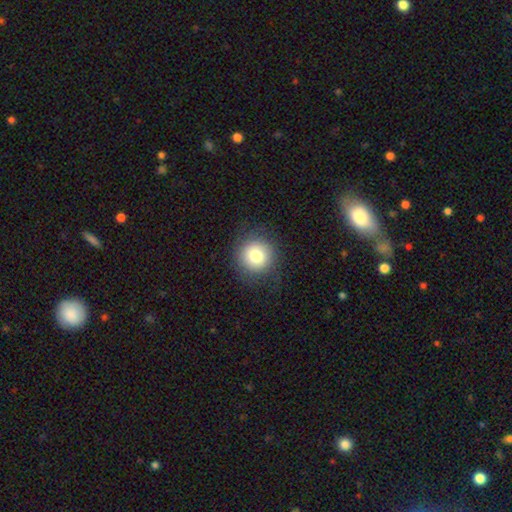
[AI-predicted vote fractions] Smooth or featured: smooth — 77% (featured or disk — 12%)
How rounded: round — 95% (in between — 4%)
Merging: none — 87% (minor disturbance — 8%)